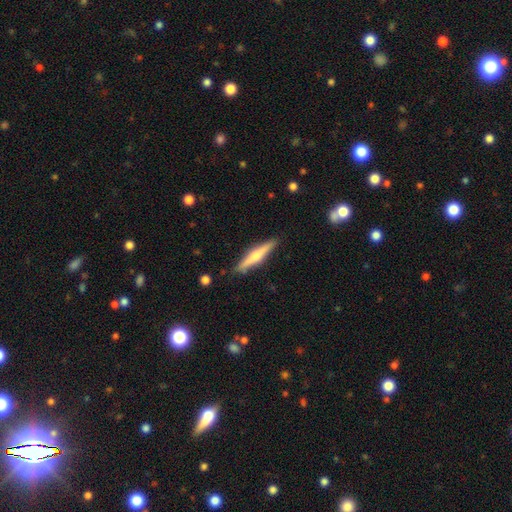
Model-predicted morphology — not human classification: Q: Smooth or featured?
A: featured or disk (58%); runner-up: smooth (37%)
Q: Edge-on disk?
A: yes (96%); runner-up: no (4%)
Q: Edge-on bulge?
A: rounded (85%); runner-up: none (9%)
Q: Merging?
A: none (87%); runner-up: minor disturbance (9%)